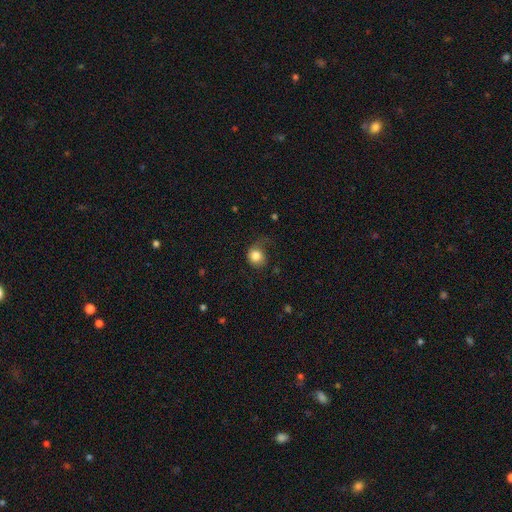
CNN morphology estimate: smooth-or-featured: smooth: 80% | featured or disk: 11% | star or artifact: 9%
  how-rounded: round: 80% | in between: 19% | cigar-shaped: 1%
  merging: none: 48% | minor disturbance: 26% | major disturbance: 24% | merger: 2%